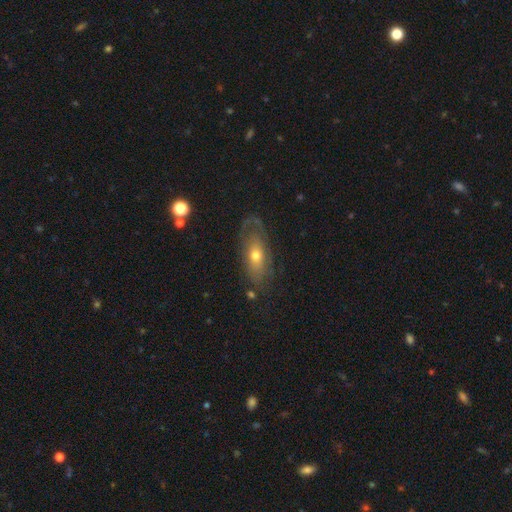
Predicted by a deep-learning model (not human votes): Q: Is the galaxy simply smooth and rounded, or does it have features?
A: featured or disk — 48%.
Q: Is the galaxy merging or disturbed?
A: none — 60%.